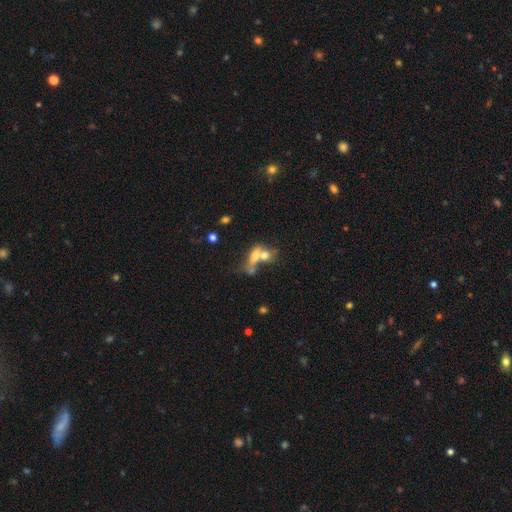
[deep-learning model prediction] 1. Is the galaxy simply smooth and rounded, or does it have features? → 56% smooth, 32% featured or disk, 11% star or artifact.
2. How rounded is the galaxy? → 61% in between, 21% round, 18% cigar-shaped.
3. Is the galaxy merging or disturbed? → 63% merger, 19% none, 10% major disturbance, 8% minor disturbance.